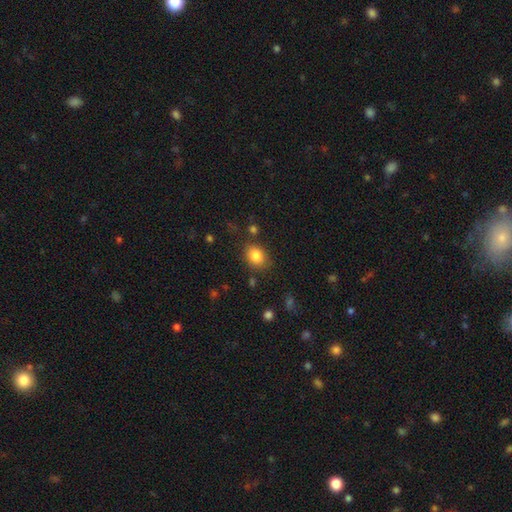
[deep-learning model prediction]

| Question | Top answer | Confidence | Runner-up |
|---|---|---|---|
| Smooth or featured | smooth | 84% | star or artifact (10%) |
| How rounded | in between | 52% | round (47%) |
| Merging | none | 81% | minor disturbance (12%) |